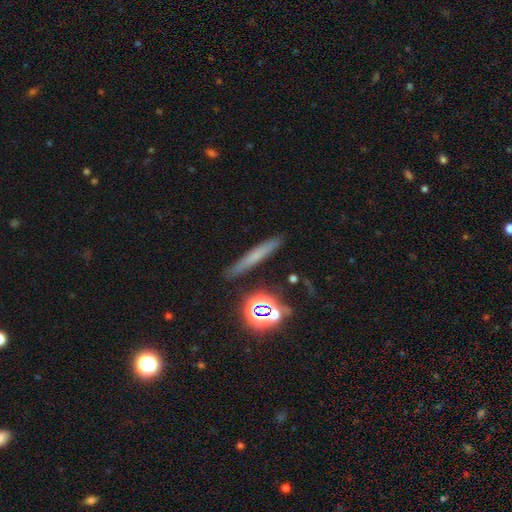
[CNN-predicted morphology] smooth 51%, featured or disk 31%, star or artifact 19%. Down the decision tree: how rounded — cigar-shaped (90%); merging — none (86%).